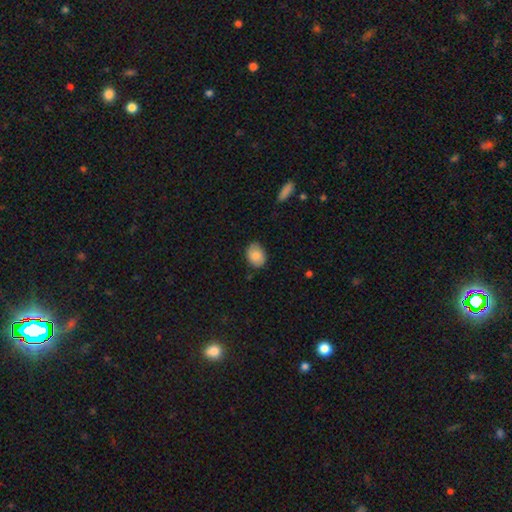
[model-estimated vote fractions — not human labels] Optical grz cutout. It shows a smooth galaxy with no disk features (86%) that is in between round and cigar-shaped (65%). Merging: none (77%).